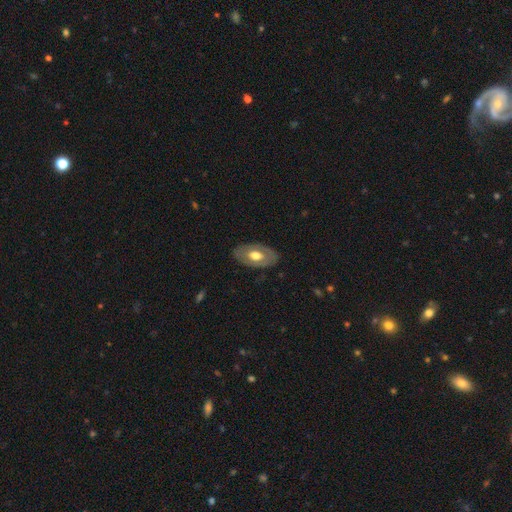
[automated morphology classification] This is possibly a featured or disk galaxy (48%). Merging: clearly none (82%).